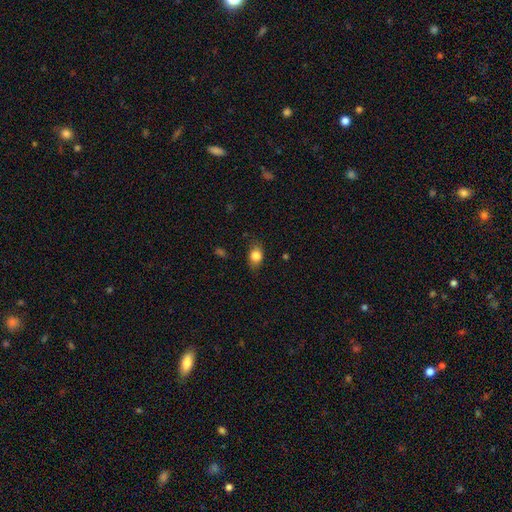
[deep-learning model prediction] Smooth or featured?
  - smooth: 82% *
  - featured or disk: 9%
  - star or artifact: 9%
How rounded?
  - in between: 72% *
  - round: 25%
  - cigar-shaped: 2%
Merging?
  - none: 76% *
  - minor disturbance: 19%
  - major disturbance: 4%
  - merger: 1%